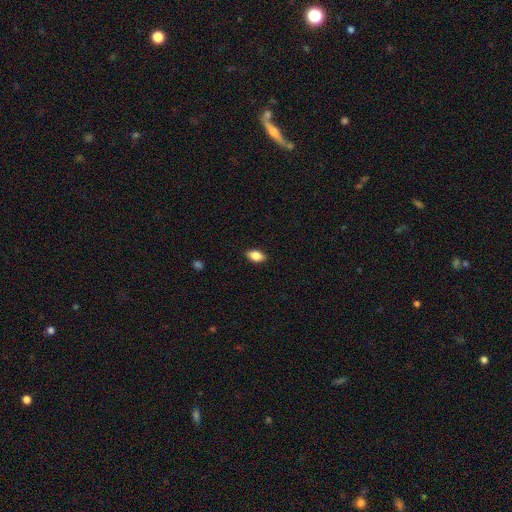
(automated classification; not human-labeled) Smooth or featured: smooth — 84% (featured or disk — 8%)
How rounded: in between — 90% (round — 6%)
Merging: none — 88% (minor disturbance — 9%)